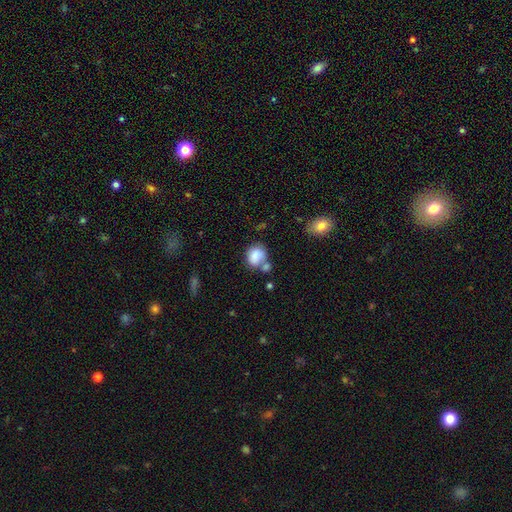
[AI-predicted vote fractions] Smooth or featured? smooth (78%)
How rounded? round (54%)
Merging? none (37%, tied with merger)